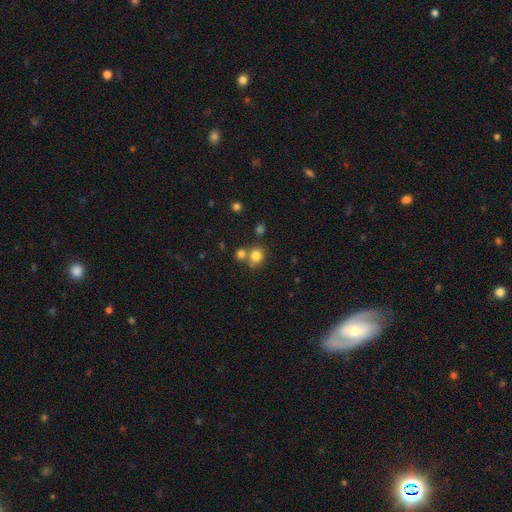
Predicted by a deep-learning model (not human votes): smooth_or_featured: smooth (p=0.81) [alt: star or artifact p=0.12]
how_rounded: round (p=0.83) [alt: in between p=0.16]
merging: none (p=0.60) [alt: merger p=0.28]